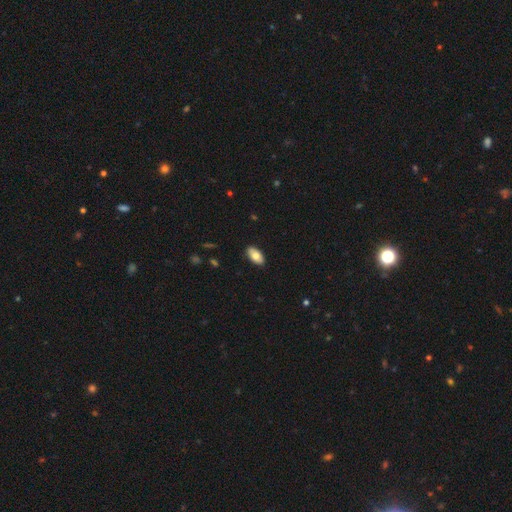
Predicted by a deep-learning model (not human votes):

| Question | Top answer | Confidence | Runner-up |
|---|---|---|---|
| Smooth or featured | smooth | 74% | featured or disk (20%) |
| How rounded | in between | 93% | round (3%) |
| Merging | none | 88% | minor disturbance (10%) |